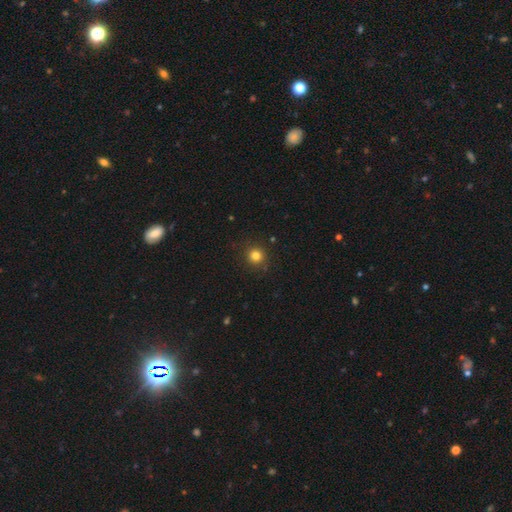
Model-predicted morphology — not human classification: Smooth or featured? Predicted: smooth (p=0.81). How rounded? Predicted: round (p=0.93). Merging? Predicted: none (p=0.89).